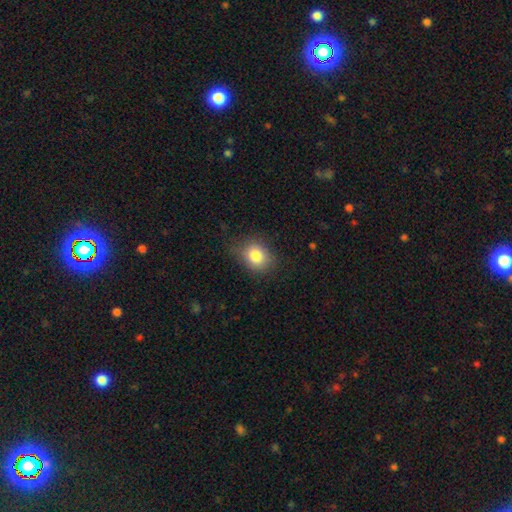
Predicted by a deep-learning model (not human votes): This is clearly a smooth galaxy (83%). How rounded: possibly round (58%). Merging: likely none (71%).